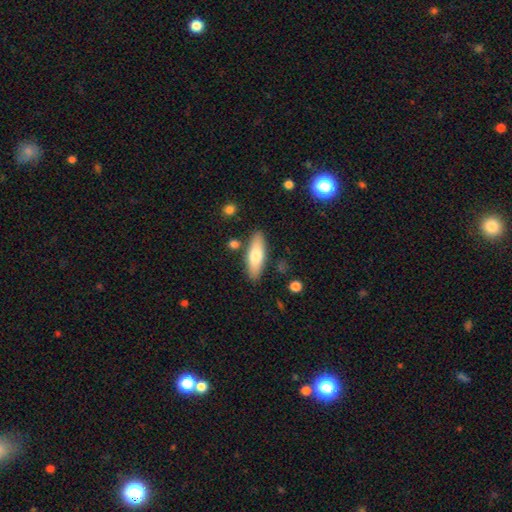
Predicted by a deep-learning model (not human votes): Overall: smooth (66%; featured or disk 28%). How rounded: in between (50%; cigar-shaped 48%). Merging: none (85%).